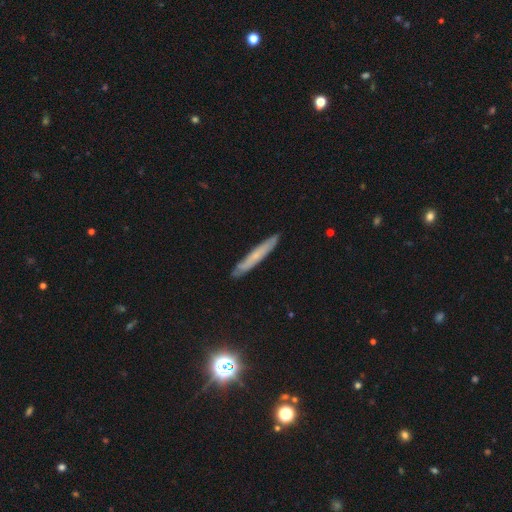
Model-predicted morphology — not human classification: The model was most divided on "smooth or featured": smooth: 49%, featured or disk: 43%, star or artifact: 8%. More confident: merging — none (87%).